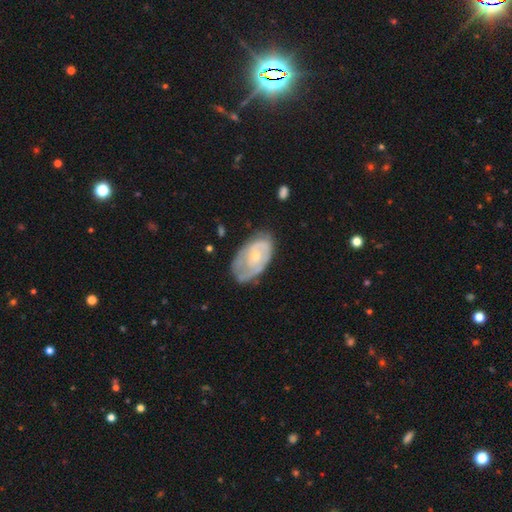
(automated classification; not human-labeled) A featured or disk galaxy (66%) with no bar (77%), spiral arms (69%) and a small central bulge (64%).

Vote fractions:
- Smooth or featured? featured or disk: 66% / smooth: 29% / star or artifact: 6%
- Edge-on disk? no: 95% / yes: 5%
- Bar? no: 77% / weak: 20% / strong: 3%
- Spiral arms? yes: 69% / no: 31%
- Bulge size? small: 64% / moderate: 32% / none: 2% / large: 1% / dominant: 1%
- Merging? none: 57% / minor disturbance: 29% / major disturbance: 12% / merger: 2%